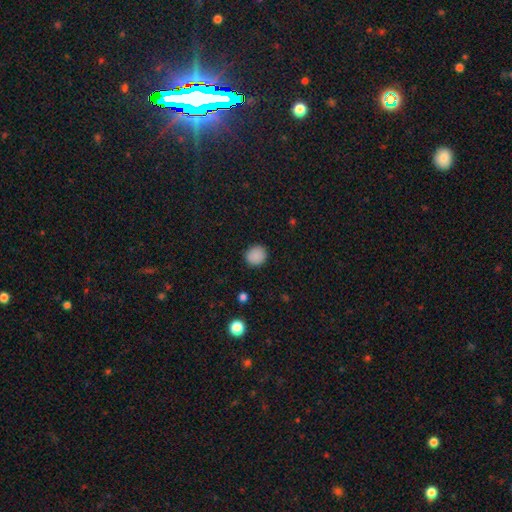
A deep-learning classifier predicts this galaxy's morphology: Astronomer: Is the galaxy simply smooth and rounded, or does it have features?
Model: smooth — 88%.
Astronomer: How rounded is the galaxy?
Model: round — 84%.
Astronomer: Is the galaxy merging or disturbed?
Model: none — 90%.